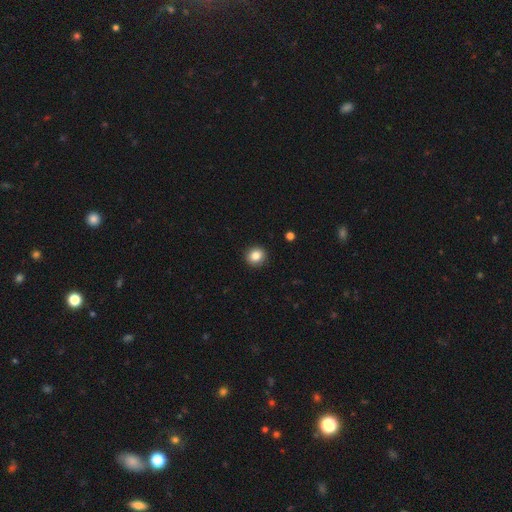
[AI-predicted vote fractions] The model was most divided on "smooth or featured": smooth: 85%, star or artifact: 10%, featured or disk: 5%. More confident: merging — none (92%); how rounded — round (88%).